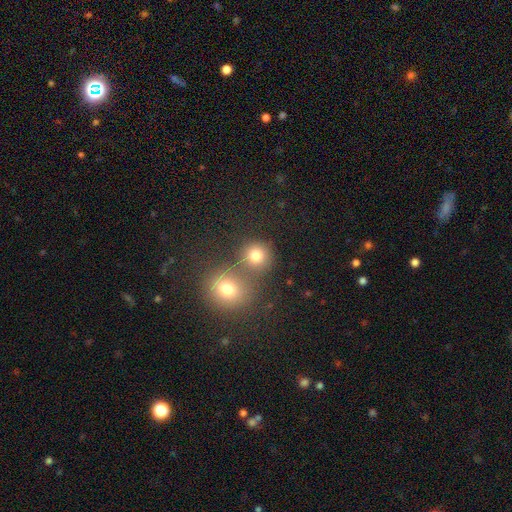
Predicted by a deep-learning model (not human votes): Morphology: type=smooth (79%); roundness=round (90%); merging=none (58%).